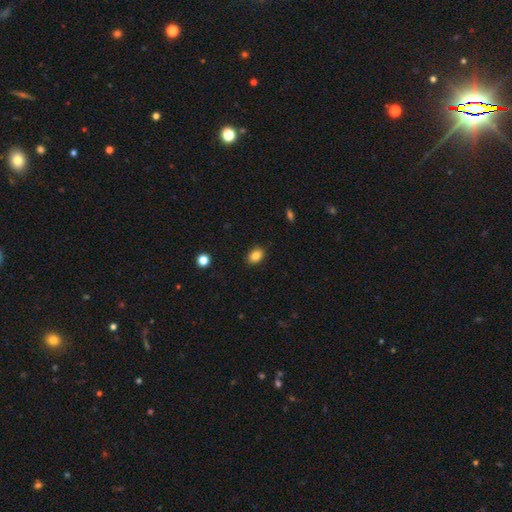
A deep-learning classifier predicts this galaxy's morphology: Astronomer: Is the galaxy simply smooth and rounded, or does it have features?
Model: smooth — 85%.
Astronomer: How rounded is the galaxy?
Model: in between — 70%.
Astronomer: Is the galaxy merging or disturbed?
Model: none — 88%.